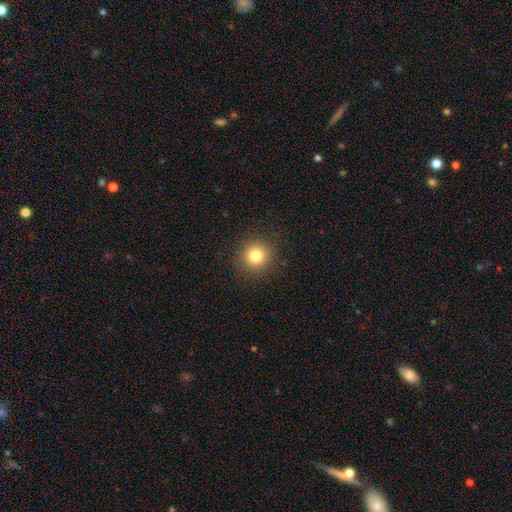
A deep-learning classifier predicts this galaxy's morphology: Overall: smooth (81%). How rounded: round (91%). Merging: none (90%).